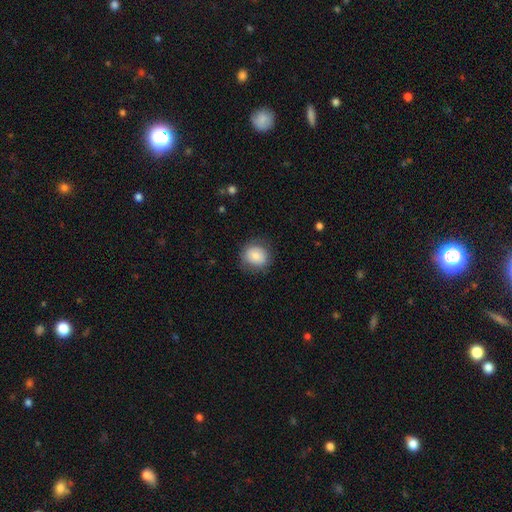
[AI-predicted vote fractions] smooth_or_featured: smooth (p=0.80) [alt: featured or disk p=0.12]
how_rounded: round (p=0.78) [alt: in between p=0.21]
merging: none (p=0.80) [alt: minor disturbance p=0.14]